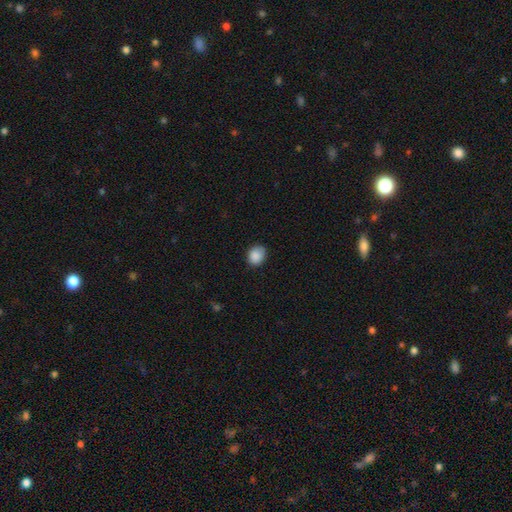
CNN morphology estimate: Overall: smooth (88%). How rounded: round (55%; in between 45%). Merging: none (83%).